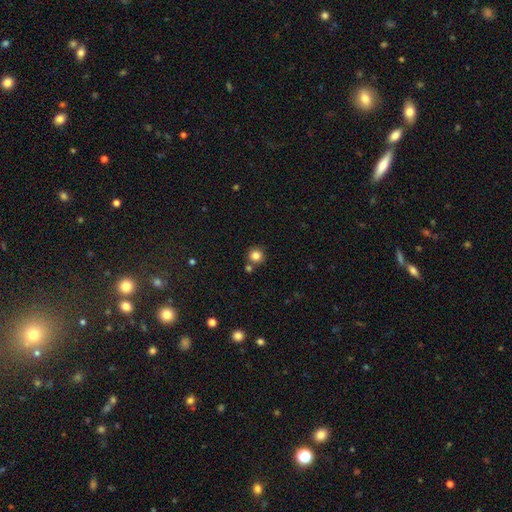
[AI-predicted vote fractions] Smooth or featured? Predicted: smooth (p=0.82). How rounded? Predicted: round (p=0.92). Merging? Predicted: none (p=0.77).